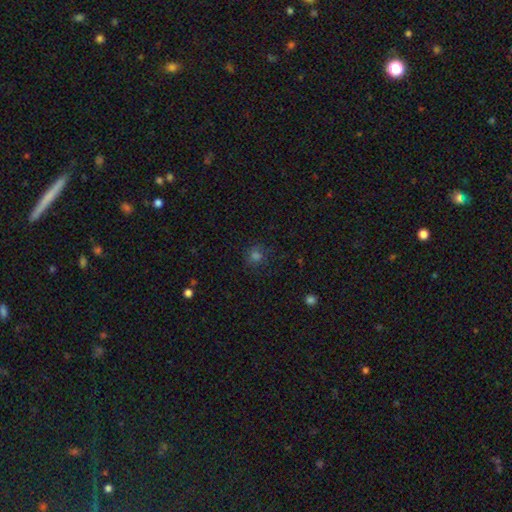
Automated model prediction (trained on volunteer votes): smooth 72%, star or artifact 23%, featured or disk 6%. Down the decision tree: how rounded — round (86%); merging — none (83%).